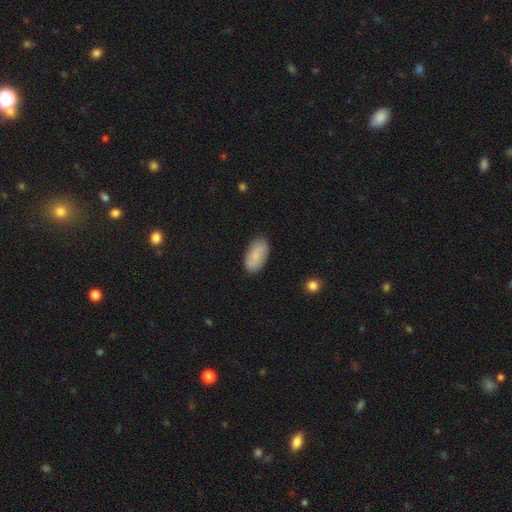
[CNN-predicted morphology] Smooth or featured? smooth (85%)
How rounded? in between (94%)
Merging? none (87%)